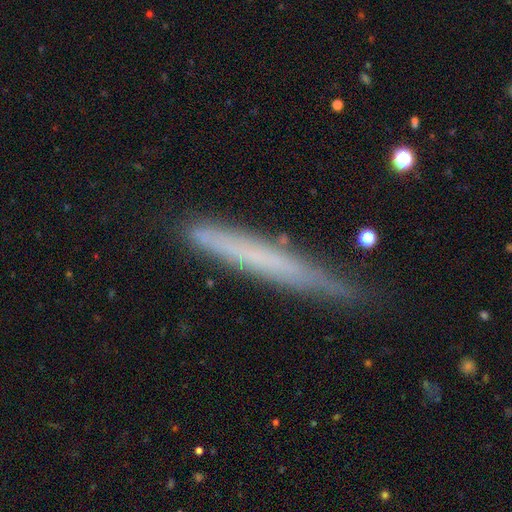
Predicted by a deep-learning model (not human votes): smooth_or_featured: smooth (p=0.51) [alt: featured or disk p=0.40]
how_rounded: cigar-shaped (p=0.96) [alt: in between p=0.02]
merging: none (p=0.77) [alt: minor disturbance p=0.18]